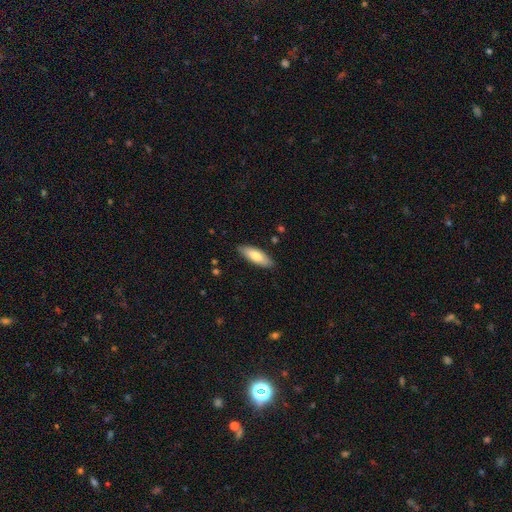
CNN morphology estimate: This is likely a smooth galaxy (76%). How rounded: likely in between (67%). Merging: clearly none (87%).